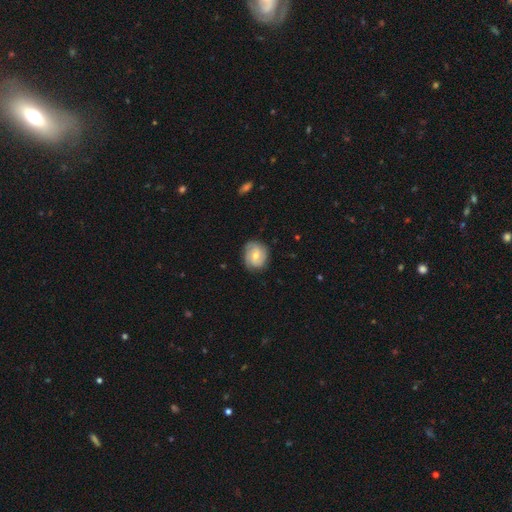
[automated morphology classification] smooth_or_featured: featured or disk (p=0.56) [alt: smooth p=0.37]
disk_edge_on: no (p=0.97) [alt: yes p=0.03]
bar: no (p=0.59) [alt: weak p=0.34]
has_spiral_arms: yes (p=0.88) [alt: no p=0.12]
bulge_size: moderate (p=0.55) [alt: small p=0.40]
merging: none (p=0.76) [alt: minor disturbance p=0.18]